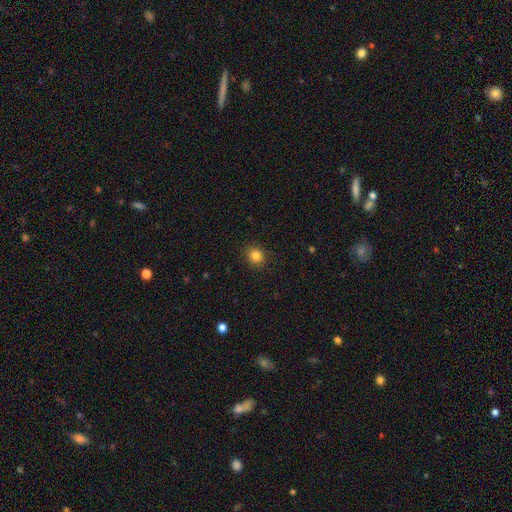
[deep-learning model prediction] Smooth or featured?
  - smooth: 84% *
  - star or artifact: 11%
  - featured or disk: 4%
How rounded?
  - round: 82% *
  - in between: 17%
  - cigar-shaped: 1%
Merging?
  - none: 91% *
  - minor disturbance: 6%
  - major disturbance: 2%
  - merger: 1%